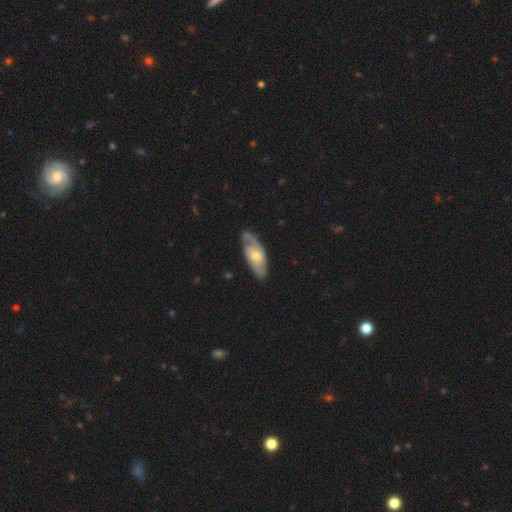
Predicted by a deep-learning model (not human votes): Smooth or featured?
  - featured or disk: 68% *
  - smooth: 27%
  - star or artifact: 5%
Edge-on disk?
  - no: 87% *
  - yes: 13%
Bar?
  - no: 69% *
  - weak: 26%
  - strong: 4%
Spiral arms?
  - yes: 87% *
  - no: 13%
Spiral winding?
  - tight: 42% *
  - medium: 39%
  - loose: 19%
Spiral arm count?
  - 2: 52% *
  - can't tell: 23%
  - 1: 19%
  - 3: 4%
  - 4: 1%
  - more than 4: 1%
Bulge size?
  - moderate: 60% *
  - small: 33%
  - large: 4%
  - none: 1%
  - dominant: 1%
Merging?
  - none: 68% *
  - minor disturbance: 23%
  - major disturbance: 7%
  - merger: 2%